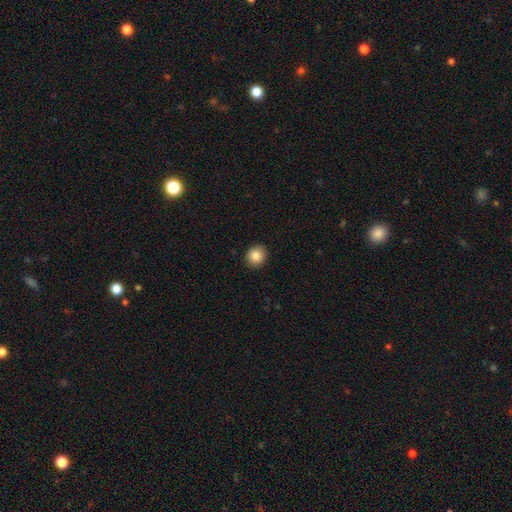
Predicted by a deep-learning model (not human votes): smooth 87%, star or artifact 9%, featured or disk 4%. Down the decision tree: how rounded — round (90%); merging — none (92%).